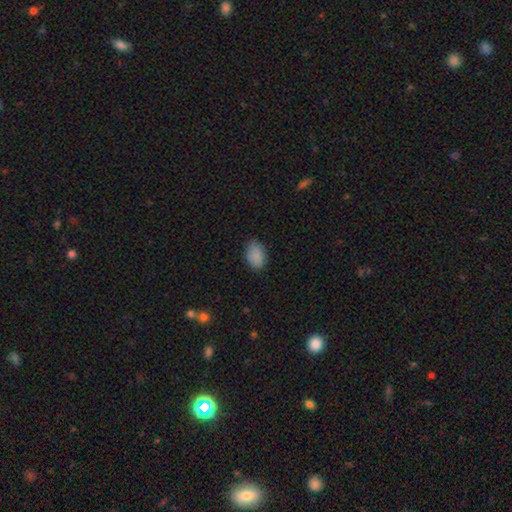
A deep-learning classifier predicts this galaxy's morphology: Smooth or featured: smooth — 88% (star or artifact — 8%)
How rounded: in between — 85% (round — 14%)
Merging: none — 82% (minor disturbance — 14%)